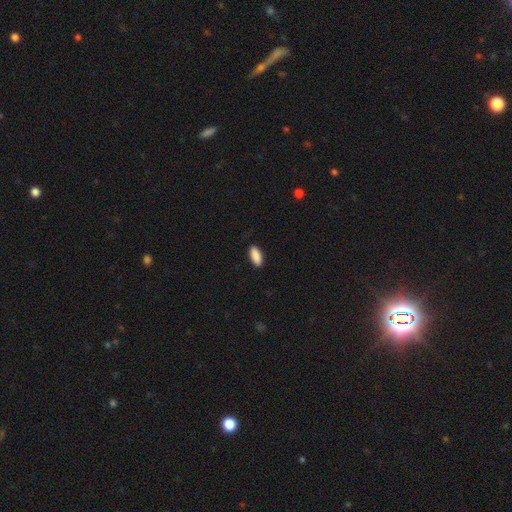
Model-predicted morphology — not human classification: Q: Smooth or featured?
A: smooth (90%); runner-up: star or artifact (6%)
Q: How rounded?
A: in between (85%); runner-up: cigar-shaped (13%)
Q: Merging?
A: none (88%); runner-up: minor disturbance (9%)